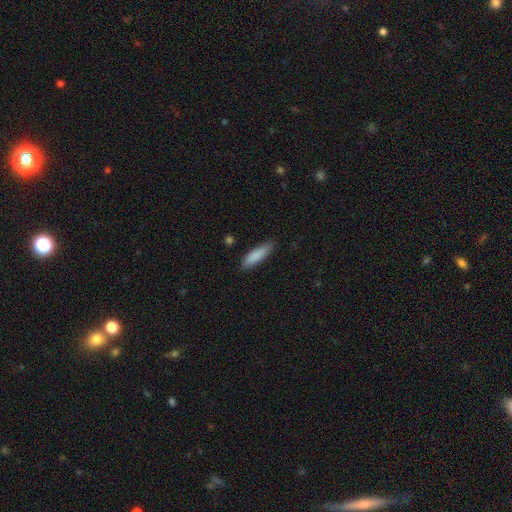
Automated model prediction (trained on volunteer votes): This is clearly a smooth galaxy (87%). How rounded: likely cigar-shaped (63%). Merging: clearly none (82%).